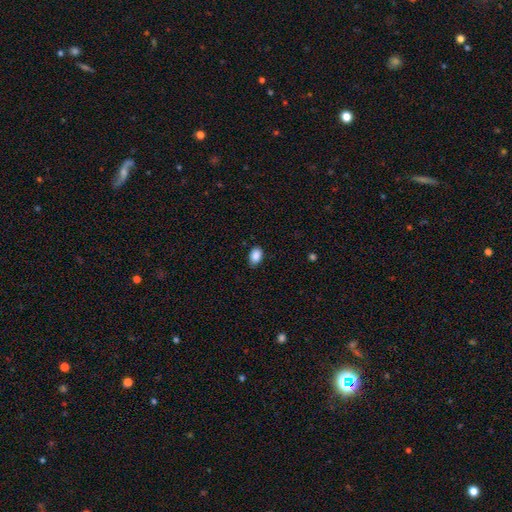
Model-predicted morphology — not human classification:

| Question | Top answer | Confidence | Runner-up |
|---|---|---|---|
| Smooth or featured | smooth | 89% | star or artifact (8%) |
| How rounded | in between | 86% | round (13%) |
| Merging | none | 81% | minor disturbance (15%) |